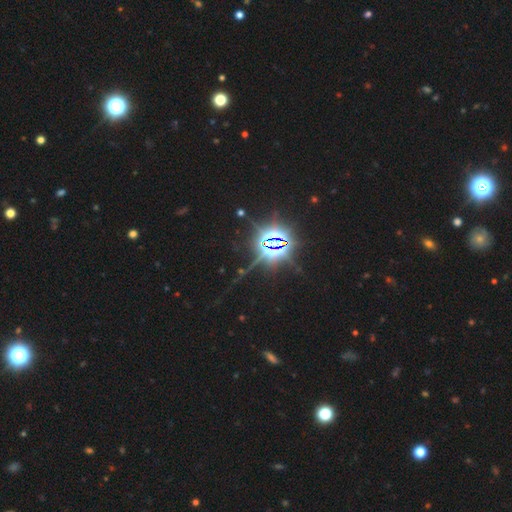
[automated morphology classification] smooth-or-featured: star or artifact: 83% | smooth: 11% | featured or disk: 6%